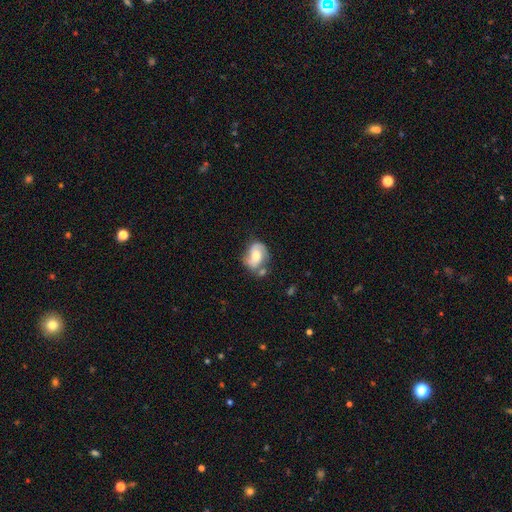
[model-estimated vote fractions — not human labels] smooth-or-featured: featured or disk: 60% | smooth: 33% | star or artifact: 8%
  disk-edge-on: no: 97% | yes: 3%
    bar: no: 56% | weak: 35% | strong: 9%
    has-spiral-arms: yes: 88% | no: 12%
      spiral-winding: medium: 46% | loose: 28% | tight: 26%
      spiral-arm-count: 2: 82% | can't tell: 8% | 1: 5% | 3: 2% | 4: 1% | more than 4: 1%
    bulge-size: moderate: 61% | small: 18% | large: 16% | none: 3% | dominant: 2%
  merging: none: 51% | minor disturbance: 23% | merger: 17% | major disturbance: 9%